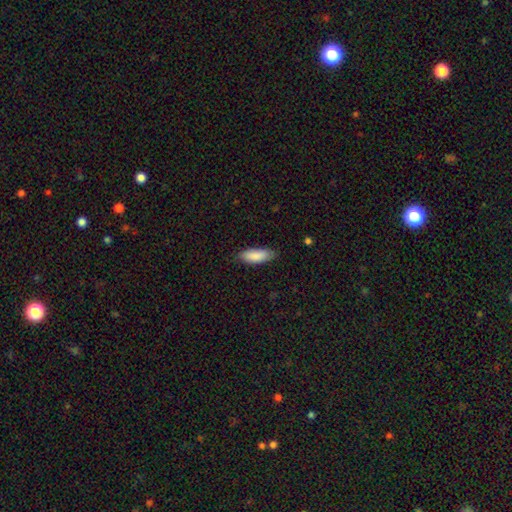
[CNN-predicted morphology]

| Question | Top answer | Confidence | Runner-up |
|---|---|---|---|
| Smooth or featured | smooth | 88% | featured or disk (6%) |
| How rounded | in between | 70% | cigar-shaped (28%) |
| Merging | none | 81% | minor disturbance (15%) |